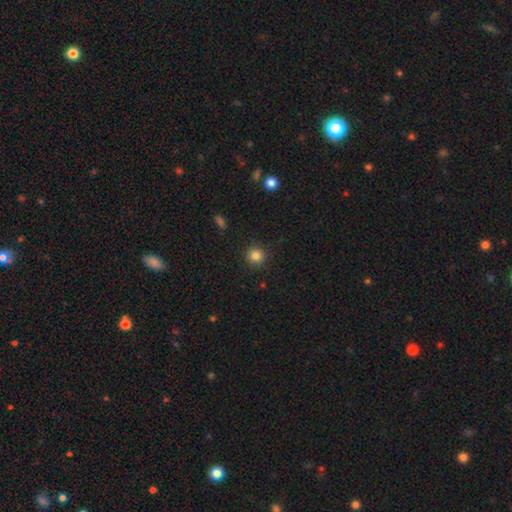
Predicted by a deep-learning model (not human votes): Smooth or featured? Predicted: smooth (p=0.84). How rounded? Predicted: round (p=0.93). Merging? Predicted: none (p=0.91).